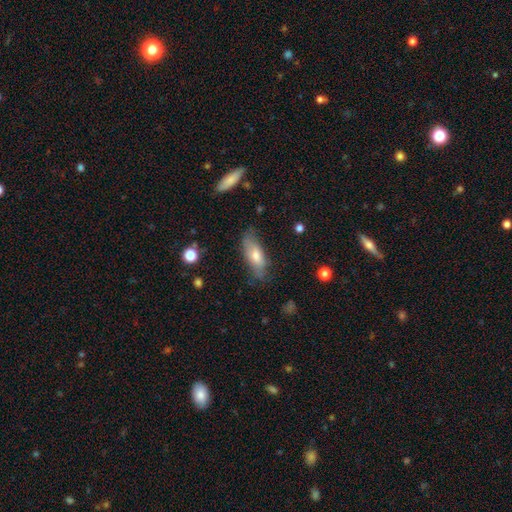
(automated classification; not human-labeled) Smooth or featured? smooth (65%)
How rounded? in between (68%)
Merging? none (68%)